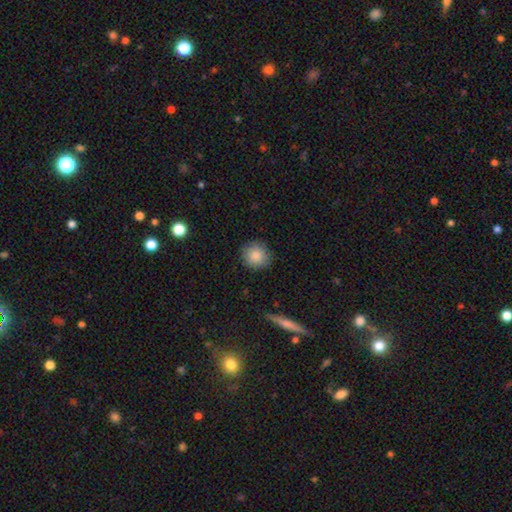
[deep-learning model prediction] This appears to be a smooth galaxy with no disk features (86%) that is round (89%). Merging: none (86%).